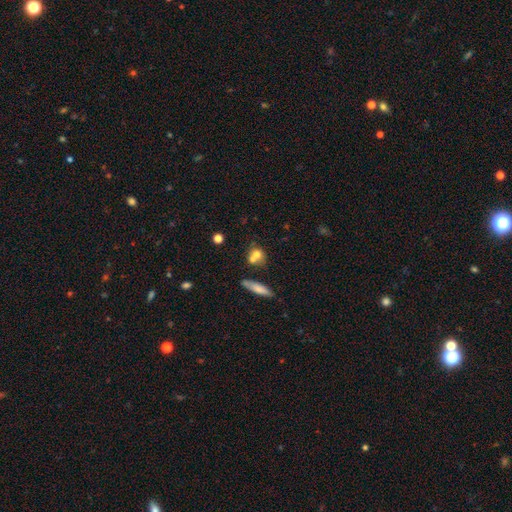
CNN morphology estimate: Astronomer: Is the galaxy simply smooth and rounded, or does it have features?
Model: smooth — 70%.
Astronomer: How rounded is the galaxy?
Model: round — 64%.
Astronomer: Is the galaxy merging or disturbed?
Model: merger — 42% (runner-up: none, 41%).